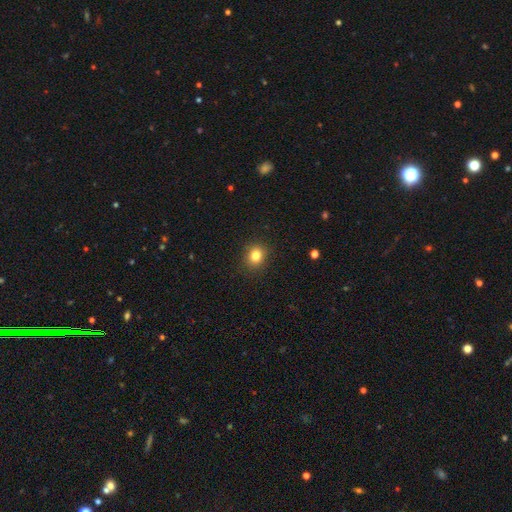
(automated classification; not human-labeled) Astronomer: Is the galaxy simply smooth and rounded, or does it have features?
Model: smooth — 82%.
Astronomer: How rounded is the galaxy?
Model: round — 77%.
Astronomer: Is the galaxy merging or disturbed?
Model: none — 89%.